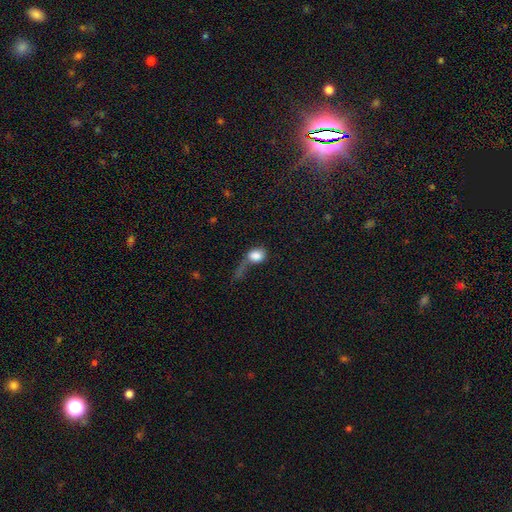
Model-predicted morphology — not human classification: smooth_or_featured: smooth (p=0.78) [alt: featured or disk p=0.12]
how_rounded: in between (p=0.57) [alt: round p=0.41]
merging: major disturbance (p=0.45) [alt: none p=0.21]